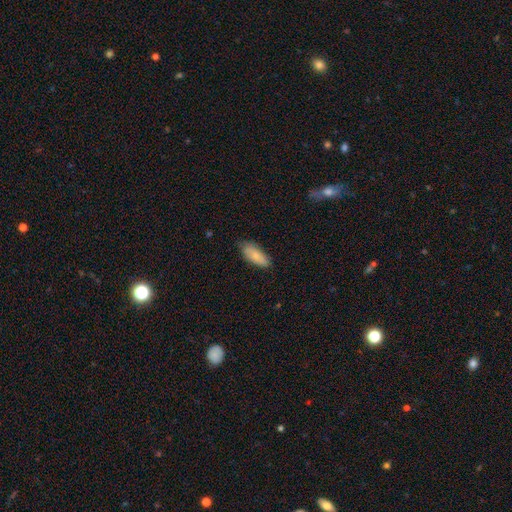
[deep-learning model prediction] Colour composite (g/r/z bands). It shows a smooth galaxy with no disk features (83%) that is in between round and cigar-shaped (75%). Merging: none (78%).